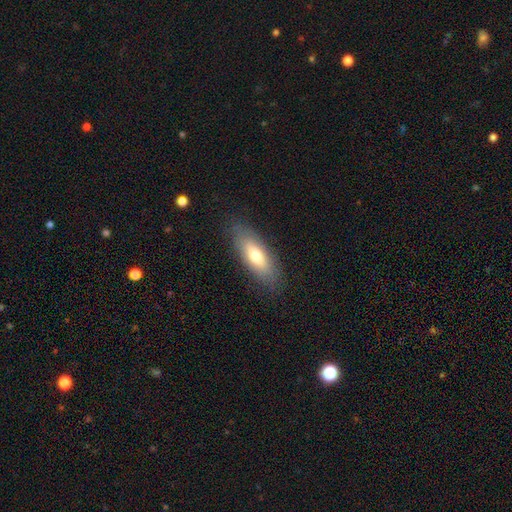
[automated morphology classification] A smooth galaxy with no disk features (68%) that is in between round and cigar-shaped (67%). Merging: none (85%).